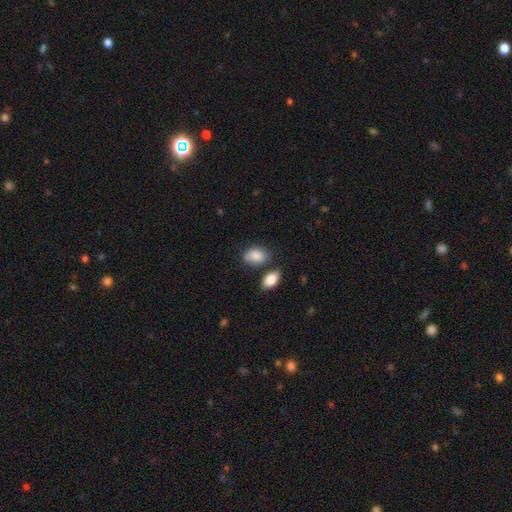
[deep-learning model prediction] smooth 87%, star or artifact 7%, featured or disk 6%. Down the decision tree: how rounded — in between (85%); merging — none (63%).